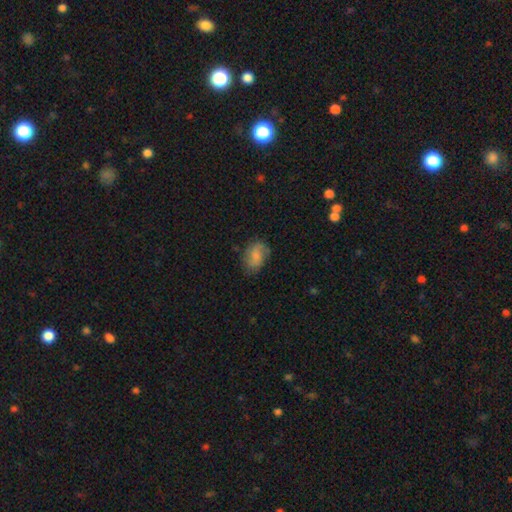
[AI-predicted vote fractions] Smooth or featured? Predicted: smooth (p=0.57). How rounded? Predicted: in between (p=0.77). Merging? Predicted: none (p=0.66).